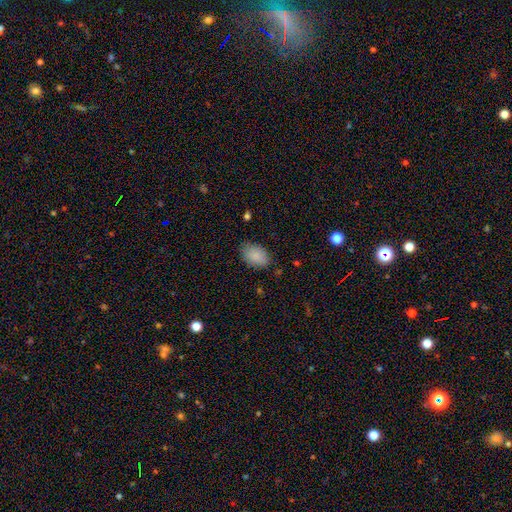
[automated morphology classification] Q: Smooth or featured?
A: smooth (87%); runner-up: star or artifact (7%)
Q: How rounded?
A: in between (87%); runner-up: round (12%)
Q: Merging?
A: none (80%); runner-up: minor disturbance (16%)